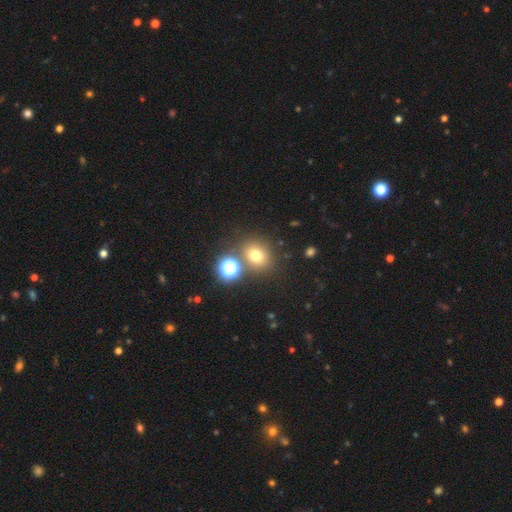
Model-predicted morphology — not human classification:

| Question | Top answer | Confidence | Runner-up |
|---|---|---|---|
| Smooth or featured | smooth | 70% | star or artifact (21%) |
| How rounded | round | 74% | in between (25%) |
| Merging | none | 73% | merger (14%) |